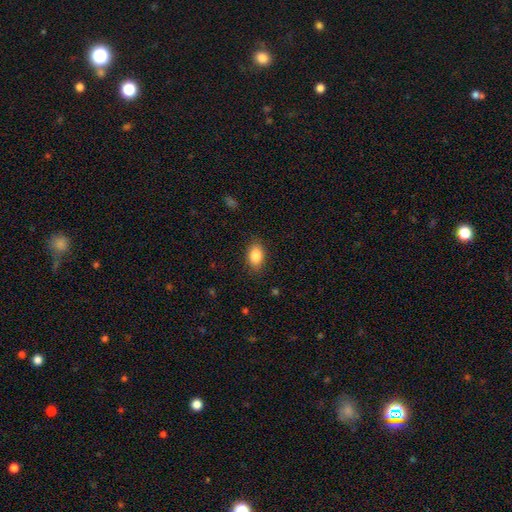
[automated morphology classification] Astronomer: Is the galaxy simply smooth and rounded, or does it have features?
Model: smooth — 86%.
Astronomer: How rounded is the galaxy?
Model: in between — 85%.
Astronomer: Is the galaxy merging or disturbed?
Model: none — 85%.